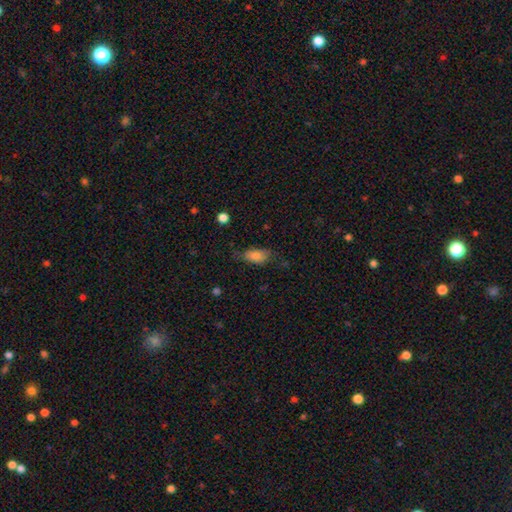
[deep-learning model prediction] smooth_or_featured: smooth (p=0.80) [alt: featured or disk p=0.12]
how_rounded: in between (p=0.85) [alt: cigar-shaped p=0.11]
merging: none (p=0.63) [alt: minor disturbance p=0.27]